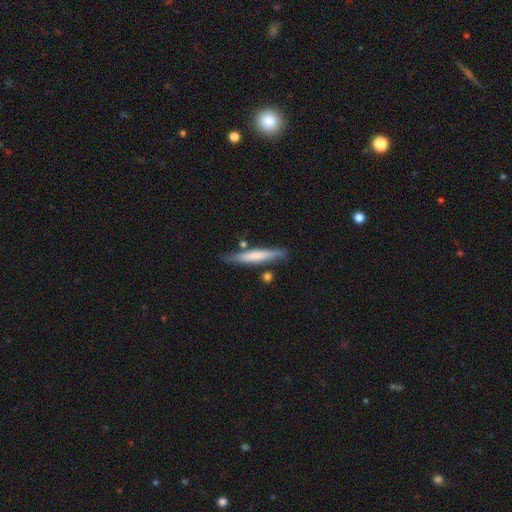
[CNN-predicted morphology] Smooth or featured? Predicted: smooth (p=0.60). How rounded? Predicted: cigar-shaped (p=0.93). Merging? Predicted: none (p=0.76).